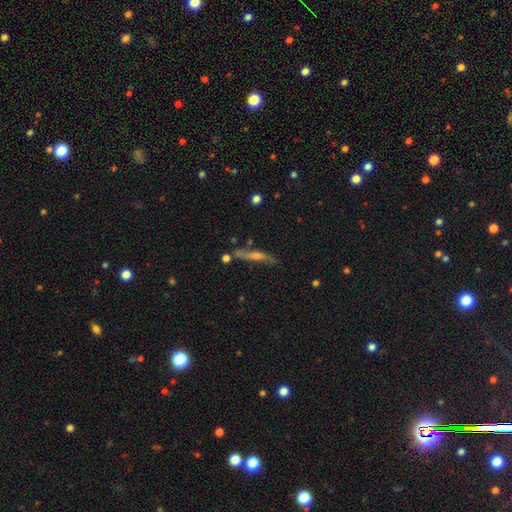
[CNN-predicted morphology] Smooth or featured: featured or disk — 59% (smooth — 32%)
Edge-on disk: yes — 78% (no — 22%)
Merging: none — 69% (minor disturbance — 19%)